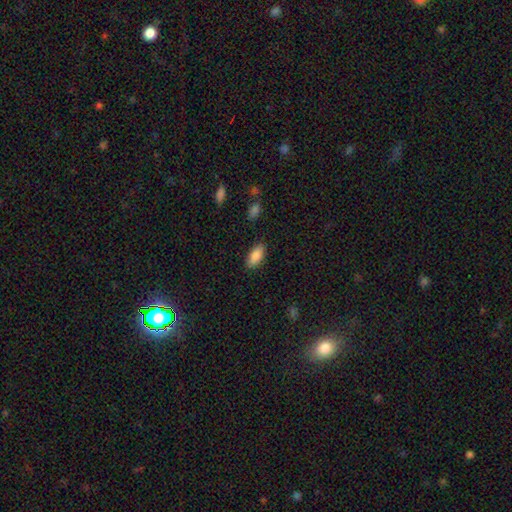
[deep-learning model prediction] The model was most divided on "merging": none: 86%, minor disturbance: 10%, major disturbance: 2%, merger: 1%. More confident: how rounded — in between (89%); smooth or featured — smooth (87%).